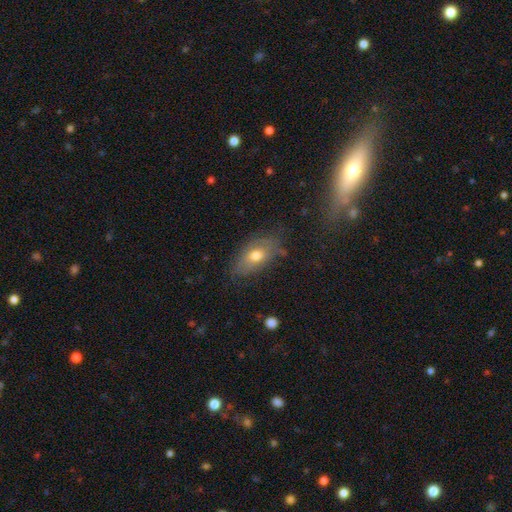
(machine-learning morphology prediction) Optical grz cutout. It shows a smooth galaxy with no disk features (64%) that is in between round and cigar-shaped (87%). Merging: none (66%).